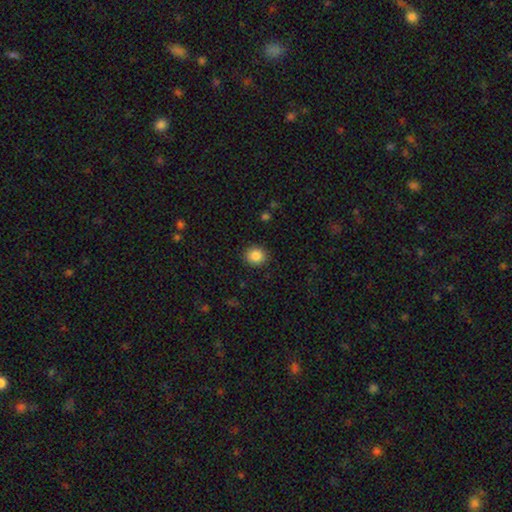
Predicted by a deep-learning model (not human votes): smooth 86%, star or artifact 9%, featured or disk 4%. Down the decision tree: how rounded — round (82%); merging — none (91%).